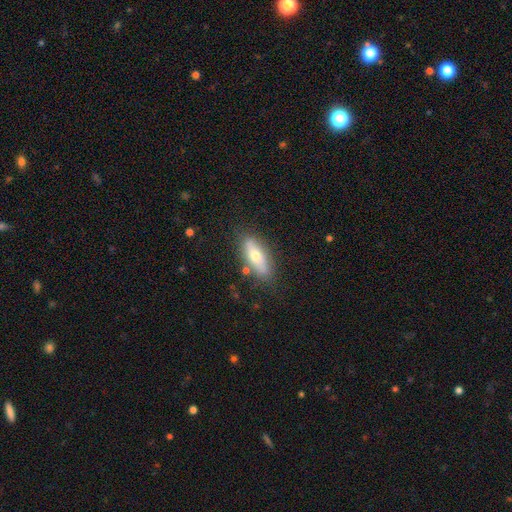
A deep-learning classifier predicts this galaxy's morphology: This appears to be a smooth galaxy with no disk features (55%) that is in between round and cigar-shaped (65%). Merging: none (80%).